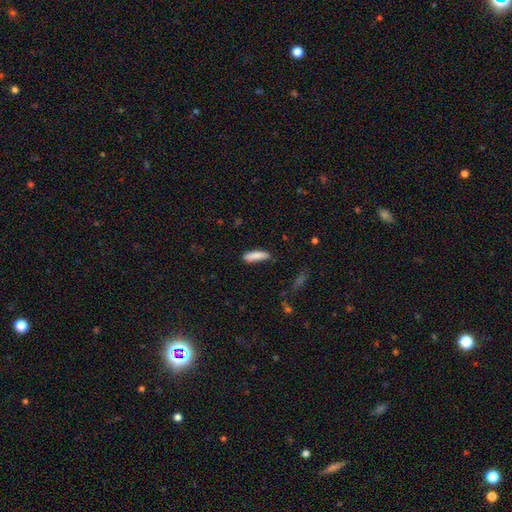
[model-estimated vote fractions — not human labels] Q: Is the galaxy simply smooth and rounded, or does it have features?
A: smooth — 86%.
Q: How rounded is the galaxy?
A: cigar-shaped — 70%.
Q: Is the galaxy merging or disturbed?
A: none — 82%.